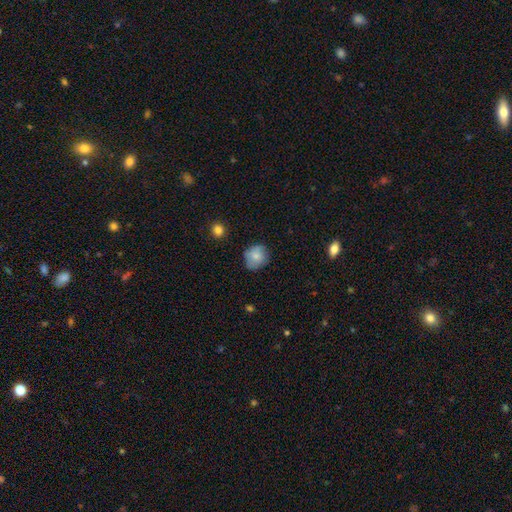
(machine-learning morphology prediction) Q: Smooth or featured?
A: smooth (77%); runner-up: featured or disk (14%)
Q: How rounded?
A: round (73%); runner-up: in between (26%)
Q: Merging?
A: none (68%); runner-up: minor disturbance (24%)